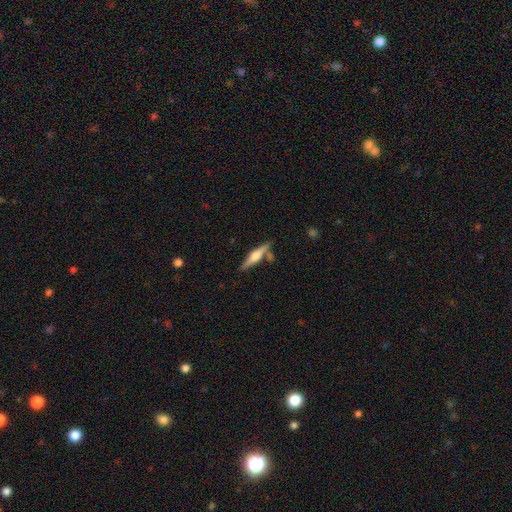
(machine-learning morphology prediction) A featured or disk galaxy (62%) viewed edge-on (96%) with a rounded central bulge (86%).

Vote fractions:
- Smooth or featured? featured or disk: 62% / smooth: 32% / star or artifact: 6%
- Edge-on disk? yes: 96% / no: 4%
- Edge-on bulge? rounded: 86% / boxy: 10% / none: 4%
- Merging? none: 75% / minor disturbance: 13% / merger: 9% / major disturbance: 3%